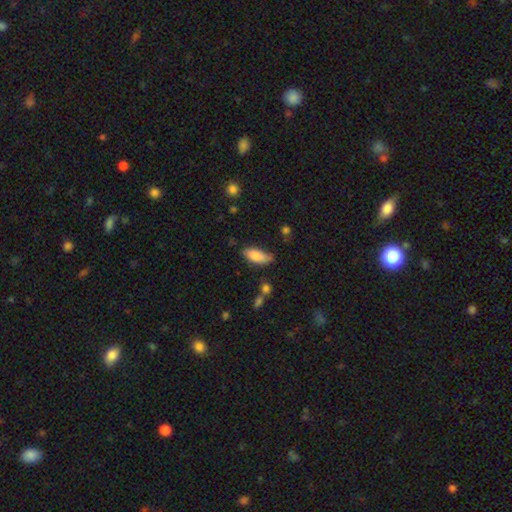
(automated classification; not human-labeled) Smooth or featured? Predicted: smooth (p=0.81). How rounded? Predicted: in between (p=0.82). Merging? Predicted: none (p=0.65).